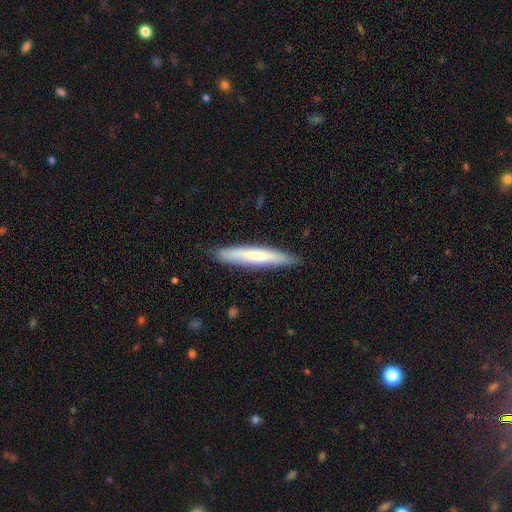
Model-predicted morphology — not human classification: Q: Smooth or featured?
A: smooth (69%); runner-up: featured or disk (26%)
Q: How rounded?
A: cigar-shaped (92%); runner-up: in between (7%)
Q: Merging?
A: none (87%); runner-up: minor disturbance (10%)